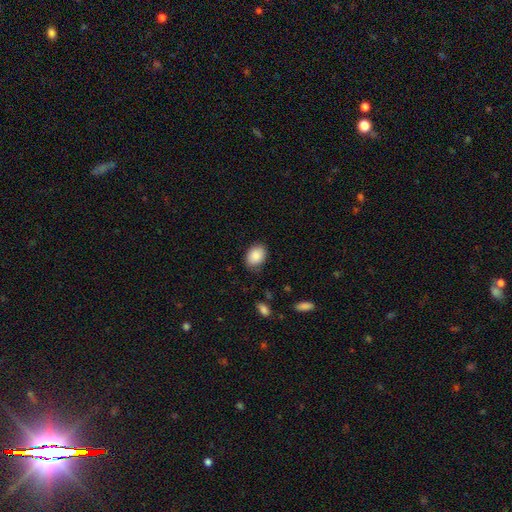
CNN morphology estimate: smooth_or_featured: smooth (p=0.88) [alt: star or artifact p=0.07]
how_rounded: in between (p=0.75) [alt: round p=0.24]
merging: none (p=0.80) [alt: minor disturbance p=0.15]